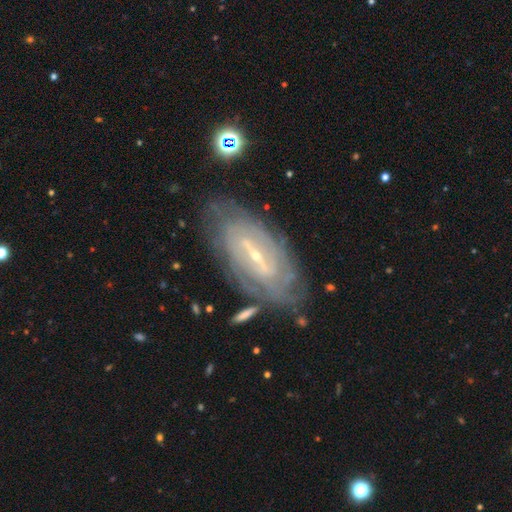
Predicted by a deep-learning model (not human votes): Q: Smooth or featured?
A: featured or disk (85%); runner-up: smooth (9%)
Q: Edge-on disk?
A: no (91%); runner-up: yes (9%)
Q: Bar?
A: strong (43%); runner-up: weak (41%)
Q: Spiral arms?
A: yes (90%); runner-up: no (10%)
Q: Spiral winding?
A: tight (71%); runner-up: medium (23%)
Q: Spiral arm count?
A: can't tell (48%); runner-up: 2 (21%)
Q: Bulge size?
A: small (77%); runner-up: moderate (19%)
Q: Merging?
A: none (75%); runner-up: minor disturbance (16%)